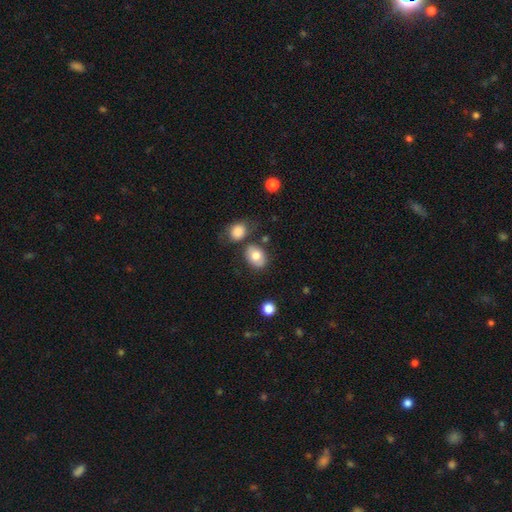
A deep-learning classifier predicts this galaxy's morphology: smooth_or_featured: smooth (p=0.79) [alt: featured or disk p=0.13]
how_rounded: in between (p=0.67) [alt: round p=0.31]
merging: none (p=0.72) [alt: minor disturbance p=0.14]